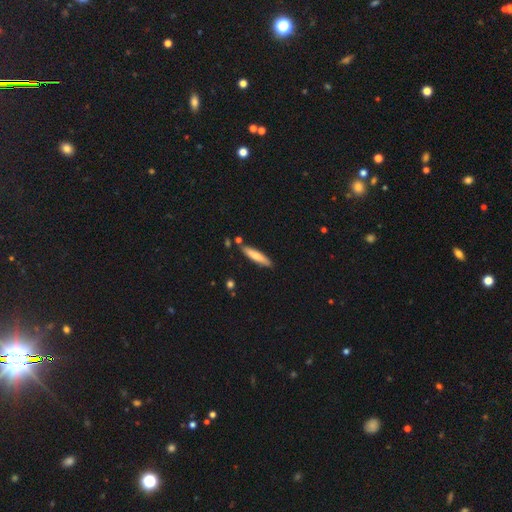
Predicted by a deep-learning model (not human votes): This is likely a smooth galaxy (71%). How rounded: clearly cigar-shaped (84%). Merging: clearly none (82%).